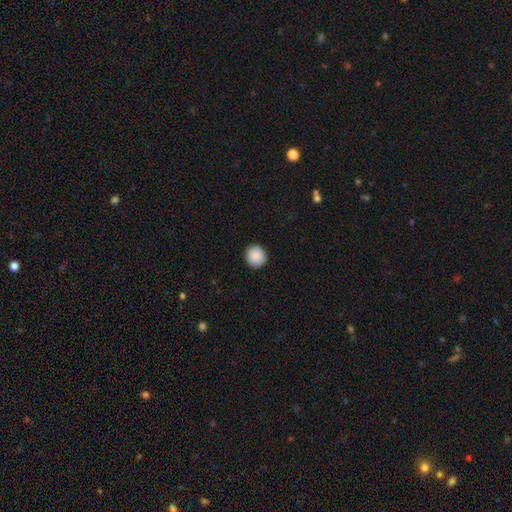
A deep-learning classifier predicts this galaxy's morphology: type=smooth (89%); roundness=round (90%); merging=none (92%).